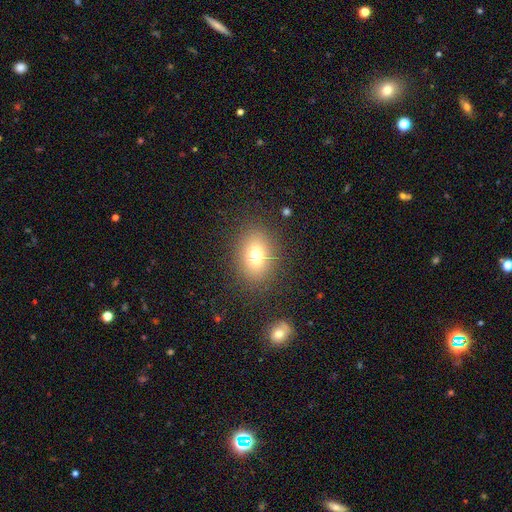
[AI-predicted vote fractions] smooth-or-featured: smooth: 74% | star or artifact: 13% | featured or disk: 13%
  how-rounded: in between: 64% | round: 35% | cigar-shaped: 1%
  merging: none: 84% | minor disturbance: 9% | major disturbance: 5% | merger: 2%